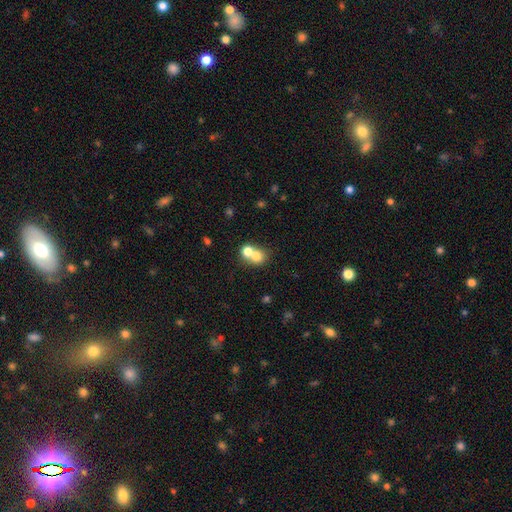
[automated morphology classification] Overall: smooth (72%). How rounded: round (74%). Merging: merger (62%; none 30%).